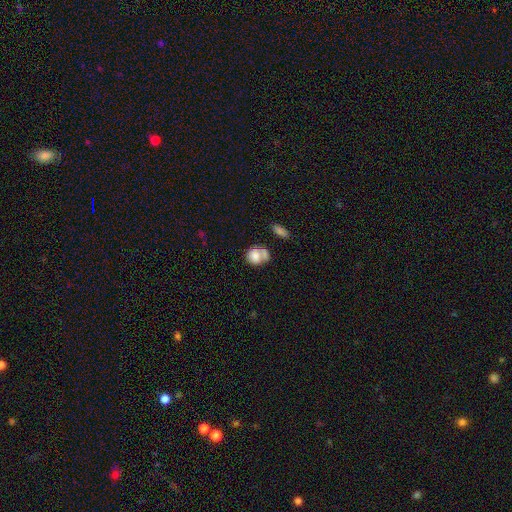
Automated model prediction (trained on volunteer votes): This is likely a smooth galaxy (75%). How rounded: likely round (63%). Merging: marginally merger (39%).